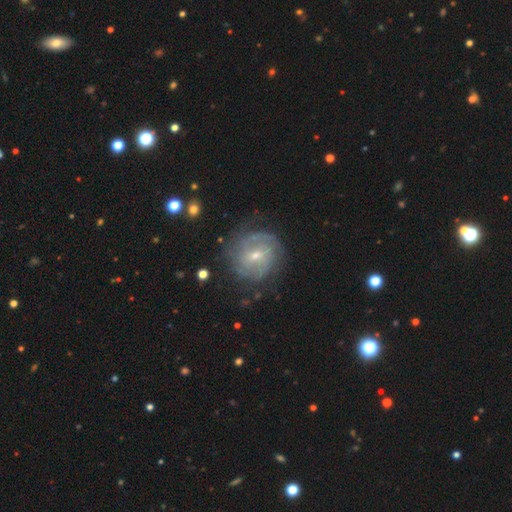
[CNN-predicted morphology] Overall: featured or disk (80%). Edge-on disk: no (97%). Bar: weak (53%; no 36%). Spiral arms: yes (92%). Spiral arm count: can't tell (36%; 2 30%). Spiral winding: tight (62%; medium 29%). Bulge size: small (57%; moderate 40%). Merging: none (74%).